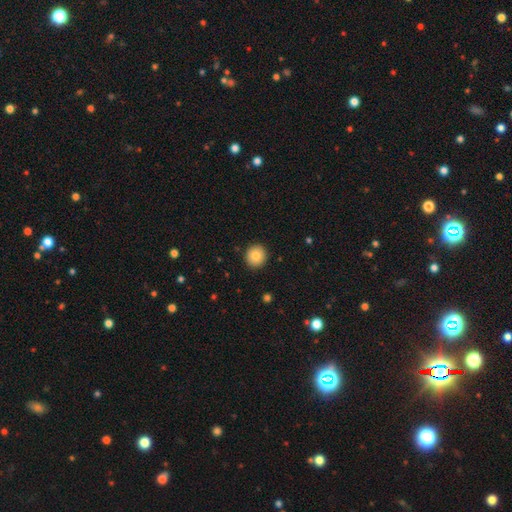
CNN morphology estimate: smooth_or_featured: smooth (p=0.84) [alt: star or artifact p=0.09]
how_rounded: round (p=0.92) [alt: in between p=0.07]
merging: none (p=0.92) [alt: minor disturbance p=0.06]